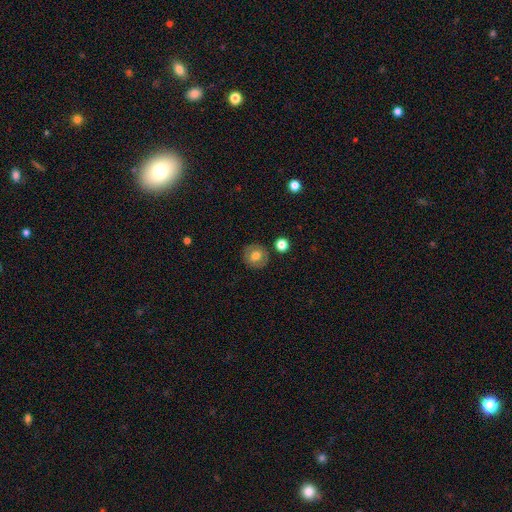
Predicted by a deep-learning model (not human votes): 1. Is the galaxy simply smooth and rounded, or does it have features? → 69% smooth, 22% featured or disk, 9% star or artifact.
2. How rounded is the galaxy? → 90% round, 9% in between, 1% cigar-shaped.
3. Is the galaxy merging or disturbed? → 86% none, 8% minor disturbance, 3% merger, 2% major disturbance.